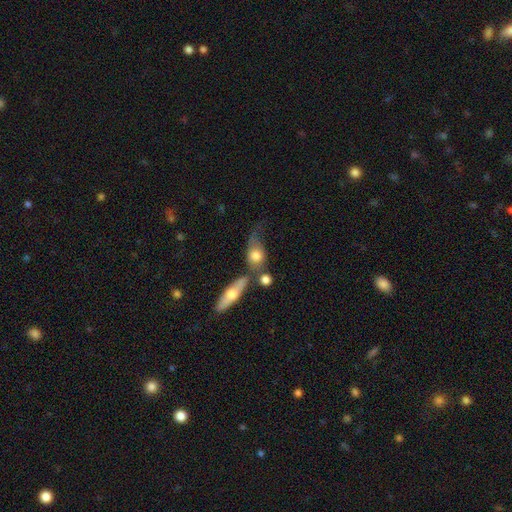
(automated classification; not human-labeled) Overall: smooth (66%; featured or disk 27%). How rounded: in between (61%; round 27%). Merging: merger (36%; none 32%).